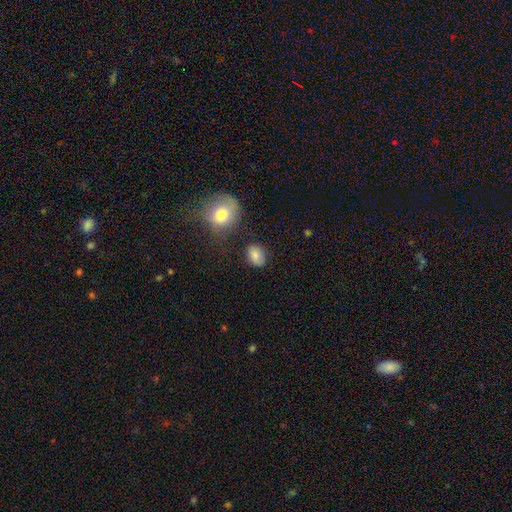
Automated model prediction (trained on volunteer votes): Morphology: type=smooth (81%); roundness=in between (58%); merging=none (80%).